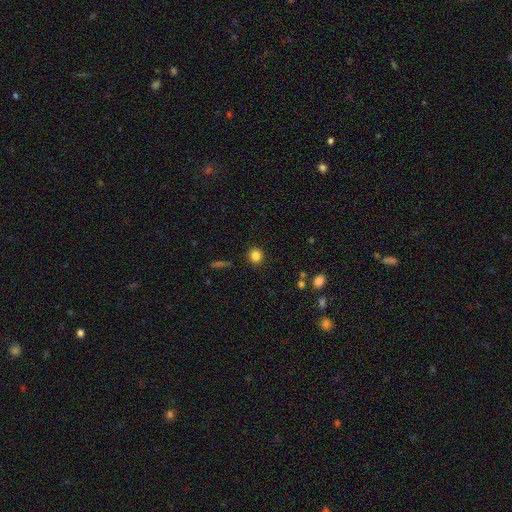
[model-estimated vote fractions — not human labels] This is clearly a smooth galaxy (84%). How rounded: clearly round (80%). Merging: clearly none (89%).